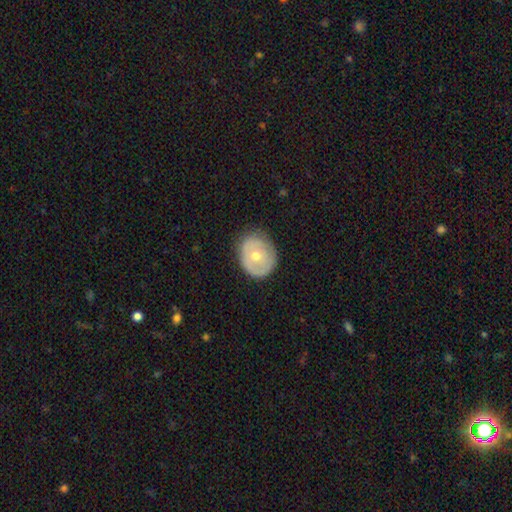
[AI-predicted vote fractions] Smooth or featured? smooth (48%)
Merging? none (75%)